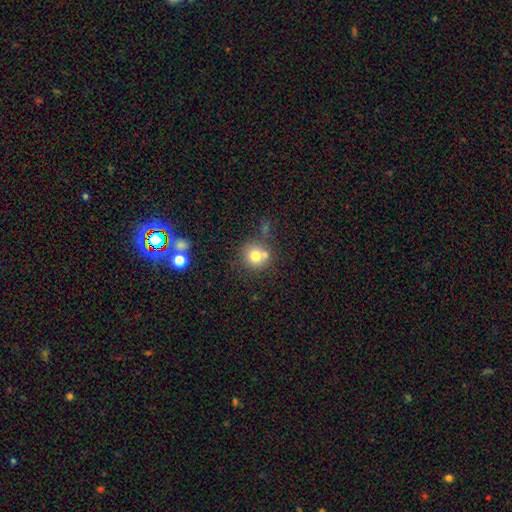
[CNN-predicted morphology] Smooth or featured: smooth — 76% (featured or disk — 13%)
How rounded: round — 90% (in between — 9%)
Merging: none — 60% (merger — 24%)